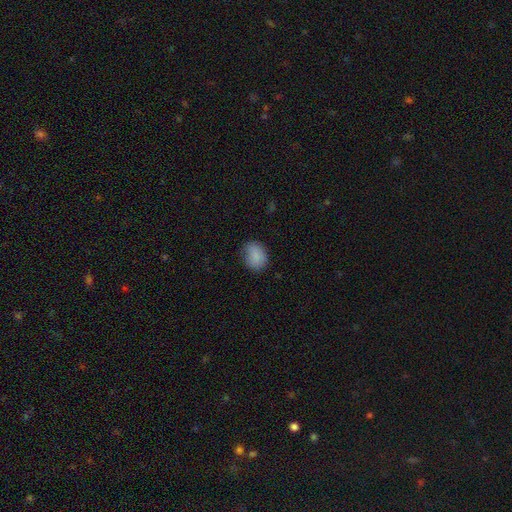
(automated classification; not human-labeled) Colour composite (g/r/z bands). It shows a smooth galaxy with no disk features (86%) that is in between round and cigar-shaped (63%). Merging: none (75%).